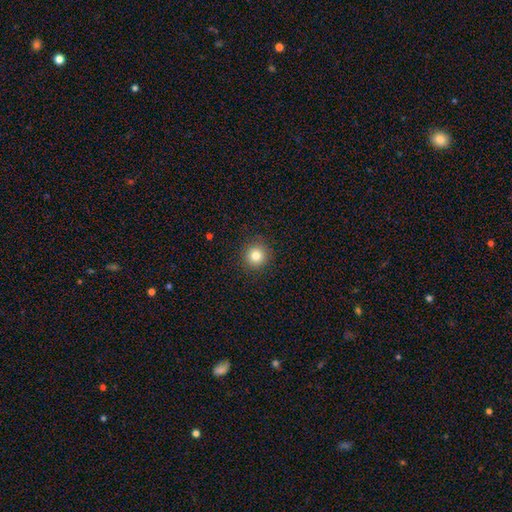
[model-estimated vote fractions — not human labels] The model was most divided on "smooth or featured": smooth: 82%, star or artifact: 12%, featured or disk: 6%. More confident: how rounded — round (93%); merging — none (91%).